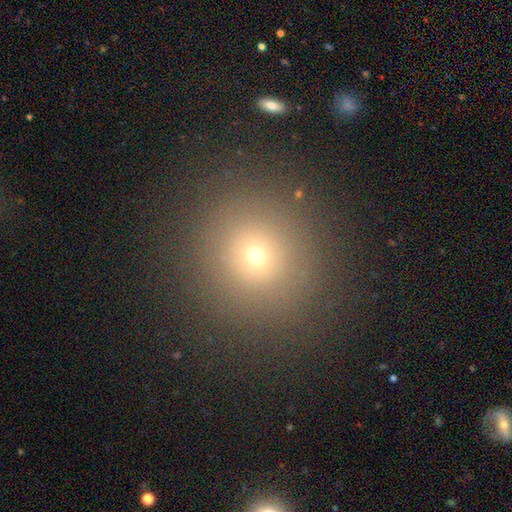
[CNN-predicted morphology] Smooth or featured?
  - smooth: 66% *
  - star or artifact: 23%
  - featured or disk: 11%
How rounded?
  - round: 93% *
  - in between: 6%
  - cigar-shaped: 1%
Merging?
  - none: 88% *
  - minor disturbance: 7%
  - major disturbance: 4%
  - merger: 2%